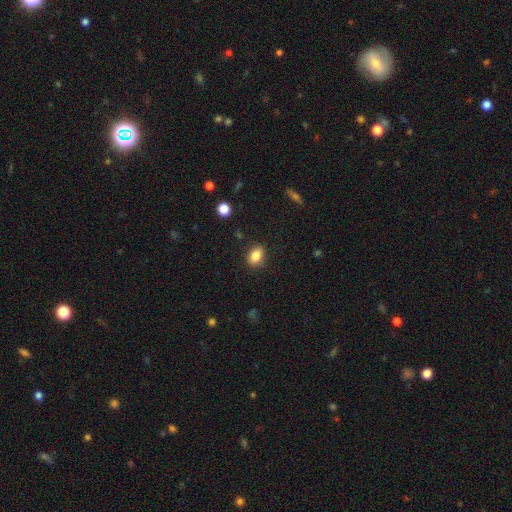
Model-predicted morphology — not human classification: Smooth or featured: smooth — 85% (star or artifact — 9%)
How rounded: in between — 77% (round — 21%)
Merging: none — 85% (minor disturbance — 11%)